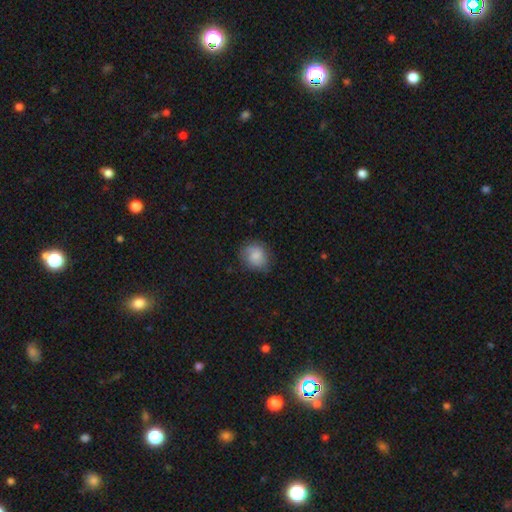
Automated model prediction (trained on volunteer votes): Smooth or featured: smooth — 76% (featured or disk — 16%)
How rounded: round — 75% (in between — 24%)
Merging: none — 71% (minor disturbance — 21%)